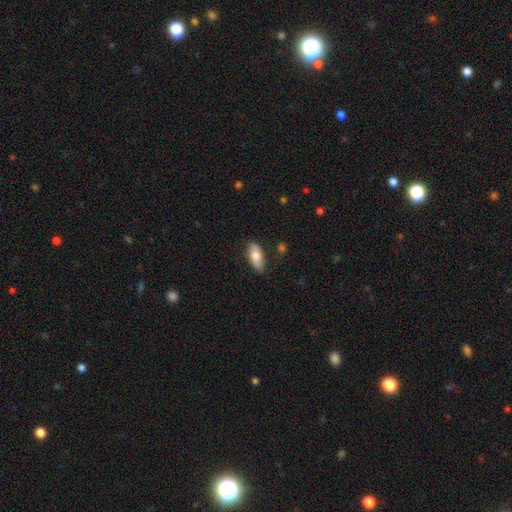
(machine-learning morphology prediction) This is likely a smooth galaxy (71%). How rounded: clearly in between (81%). Merging: likely none (78%).